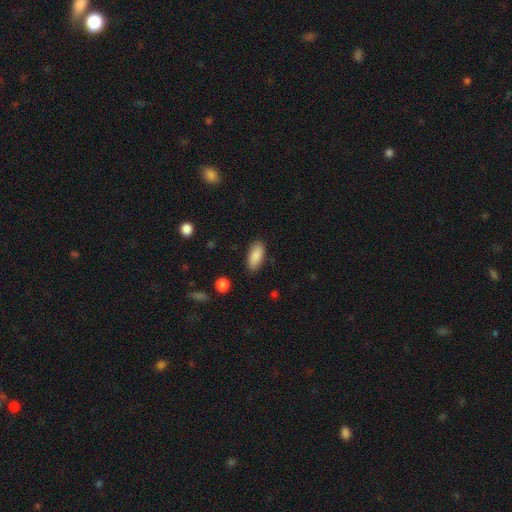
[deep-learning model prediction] This is clearly a smooth galaxy (88%). How rounded: clearly in between (84%). Merging: clearly none (87%).